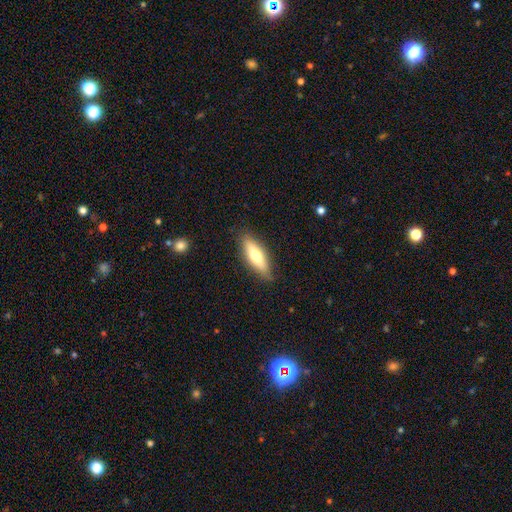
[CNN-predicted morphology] Q: Smooth or featured?
A: smooth (62%); runner-up: featured or disk (32%)
Q: How rounded?
A: cigar-shaped (50%); runner-up: in between (48%)
Q: Merging?
A: none (84%); runner-up: minor disturbance (12%)